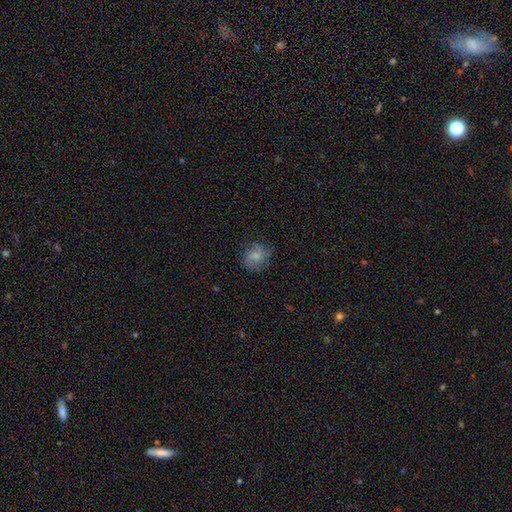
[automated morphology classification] Smooth or featured: smooth — 74% (featured or disk — 18%)
How rounded: round — 72% (in between — 27%)
Merging: none — 71% (minor disturbance — 21%)